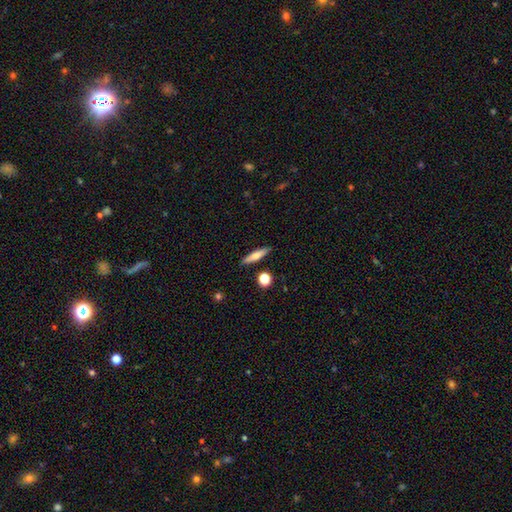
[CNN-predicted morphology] smooth-or-featured: smooth: 62% | featured or disk: 31% | star or artifact: 7%
  how-rounded: cigar-shaped: 79% | in between: 18% | round: 3%
  merging: none: 87% | minor disturbance: 8% | merger: 3% | major disturbance: 2%